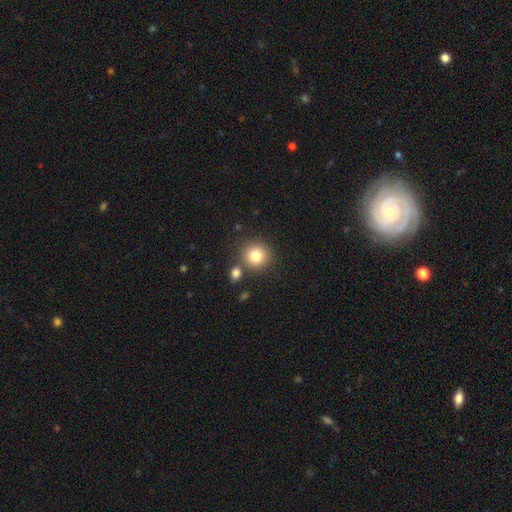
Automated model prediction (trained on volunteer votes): Q: Smooth or featured?
A: smooth (81%); runner-up: star or artifact (11%)
Q: How rounded?
A: round (92%); runner-up: in between (8%)
Q: Merging?
A: none (78%); runner-up: merger (12%)